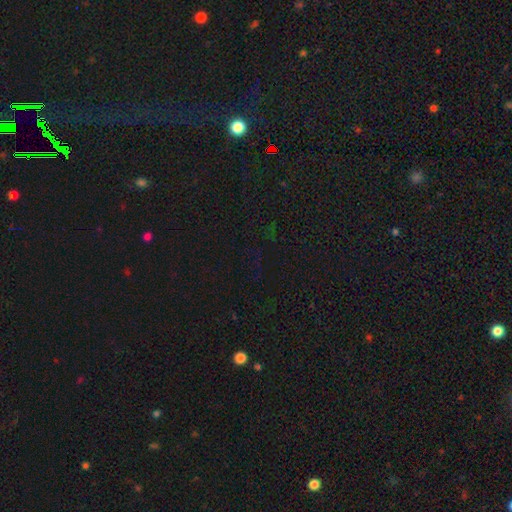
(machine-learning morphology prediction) Overall: star or artifact (75%).